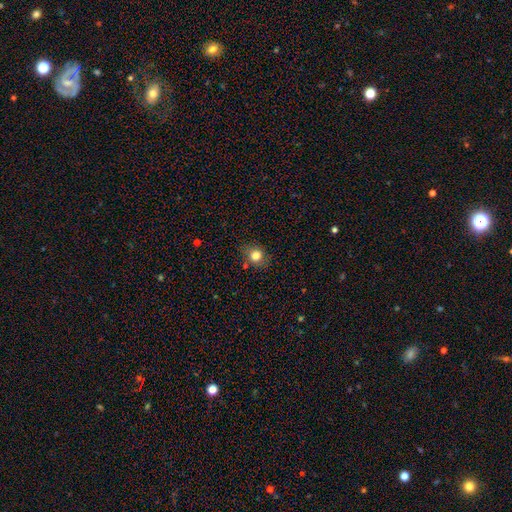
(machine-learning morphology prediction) smooth_or_featured: smooth (p=0.80) [alt: star or artifact p=0.12]
how_rounded: round (p=0.69) [alt: in between p=0.30]
merging: none (p=0.78) [alt: minor disturbance p=0.15]